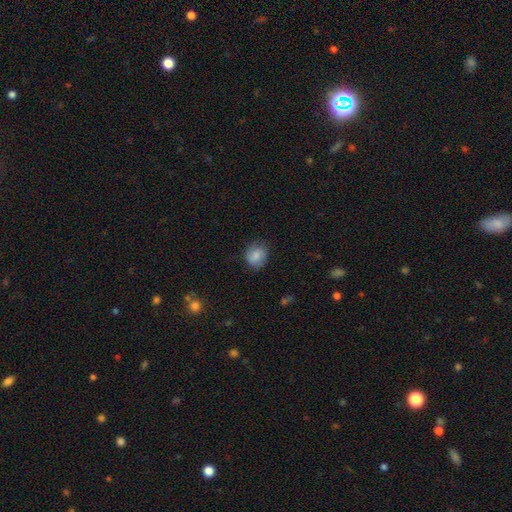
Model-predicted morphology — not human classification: Q: Smooth or featured?
A: smooth (71%); runner-up: featured or disk (21%)
Q: How rounded?
A: round (70%); runner-up: in between (29%)
Q: Merging?
A: none (75%); runner-up: minor disturbance (19%)